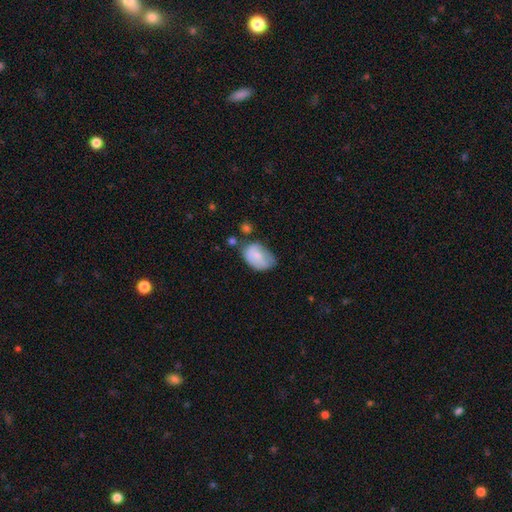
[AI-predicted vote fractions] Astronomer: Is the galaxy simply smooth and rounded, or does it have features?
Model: smooth — 71%.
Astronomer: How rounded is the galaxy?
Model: in between — 83%.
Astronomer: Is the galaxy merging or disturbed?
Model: none — 41% (runner-up: minor disturbance, 39%).